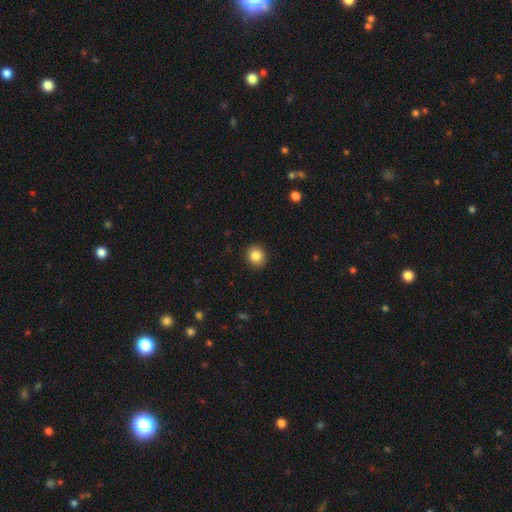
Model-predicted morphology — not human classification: Smooth or featured? smooth (86%)
How rounded? round (86%)
Merging? none (91%)